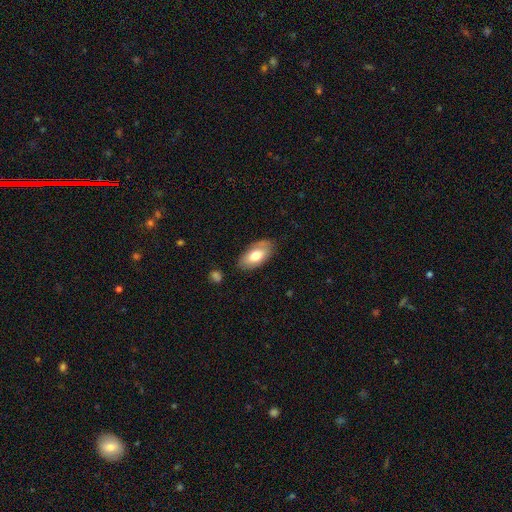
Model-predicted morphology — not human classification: Q: Smooth or featured?
A: smooth (71%); runner-up: featured or disk (23%)
Q: How rounded?
A: in between (92%); runner-up: cigar-shaped (5%)
Q: Merging?
A: none (78%); runner-up: minor disturbance (17%)